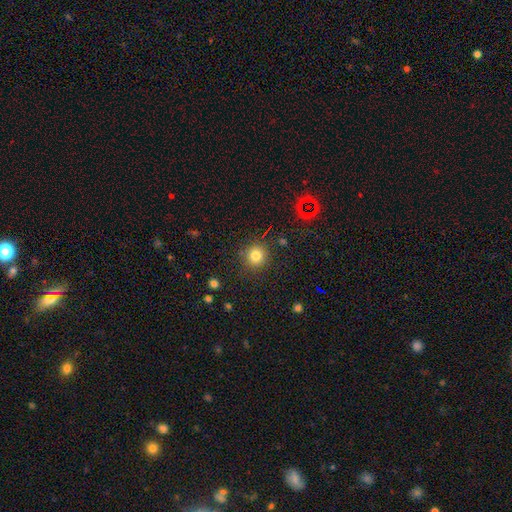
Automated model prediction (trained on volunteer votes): Smooth or featured? smooth (81%)
How rounded? round (92%)
Merging? none (87%)